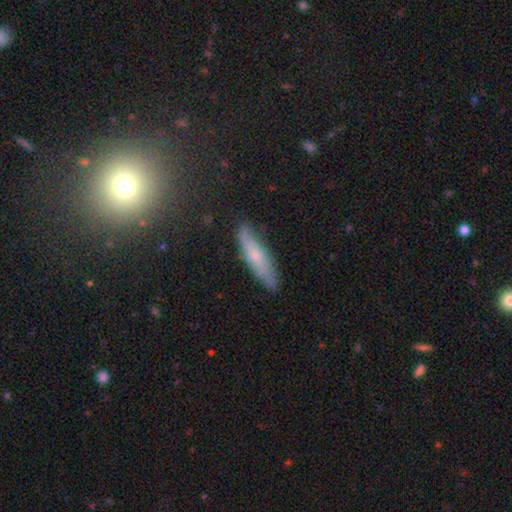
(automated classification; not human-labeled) Smooth or featured?
  - smooth: 55% *
  - featured or disk: 38%
  - star or artifact: 7%
How rounded?
  - cigar-shaped: 73% *
  - in between: 25%
  - round: 2%
Merging?
  - none: 76% *
  - minor disturbance: 18%
  - major disturbance: 4%
  - merger: 2%